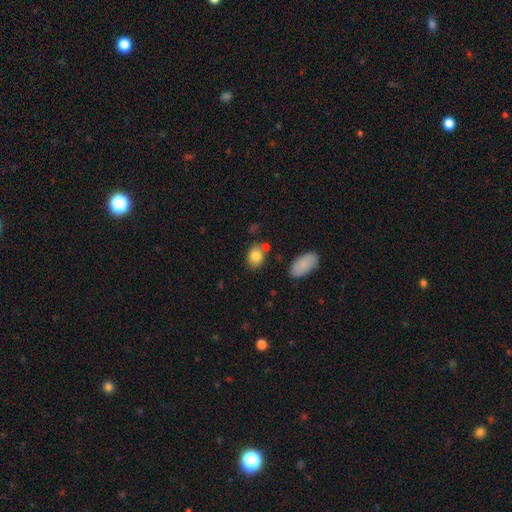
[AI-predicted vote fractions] Smooth or featured? smooth (83%)
How rounded? in between (69%)
Merging? none (67%)